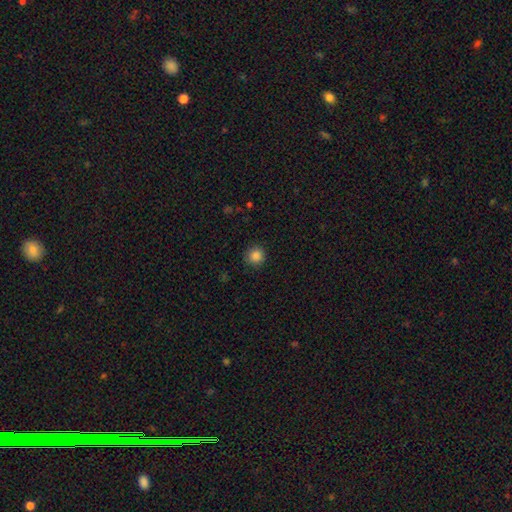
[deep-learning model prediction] Smooth or featured? Predicted: smooth (p=0.86). How rounded? Predicted: round (p=0.94). Merging? Predicted: none (p=0.90).